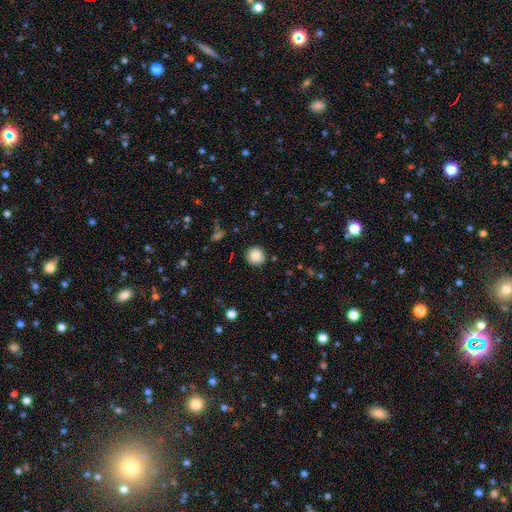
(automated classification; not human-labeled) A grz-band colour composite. It shows a smooth galaxy with no disk features (86%) that is round (93%). Merging: none (89%).